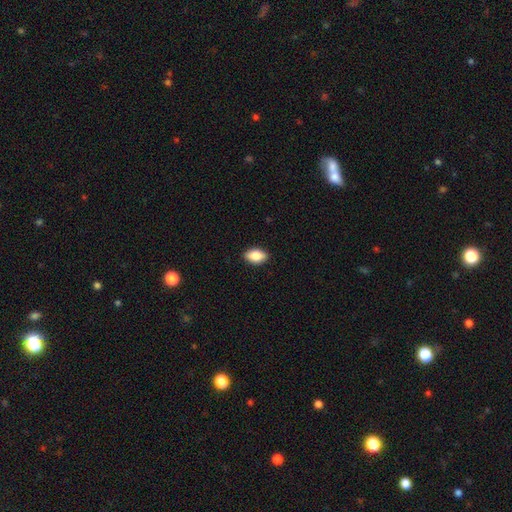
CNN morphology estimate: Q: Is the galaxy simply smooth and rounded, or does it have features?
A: smooth — 84%.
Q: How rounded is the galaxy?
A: in between — 90%.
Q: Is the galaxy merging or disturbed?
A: none — 89%.